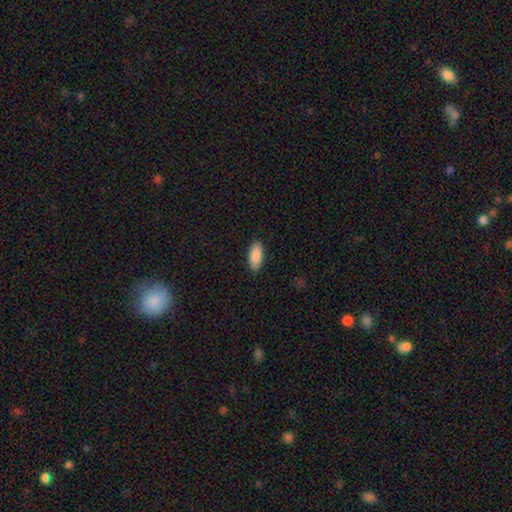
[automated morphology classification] type=smooth (89%); roundness=in between (84%); merging=none (87%).